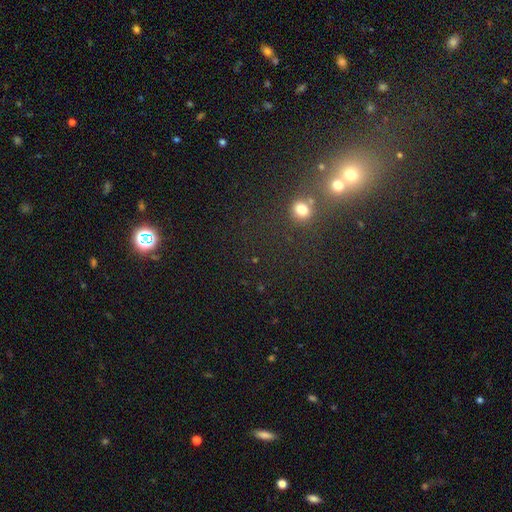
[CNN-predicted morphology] smooth_or_featured: star or artifact (p=0.54) [alt: smooth p=0.35]